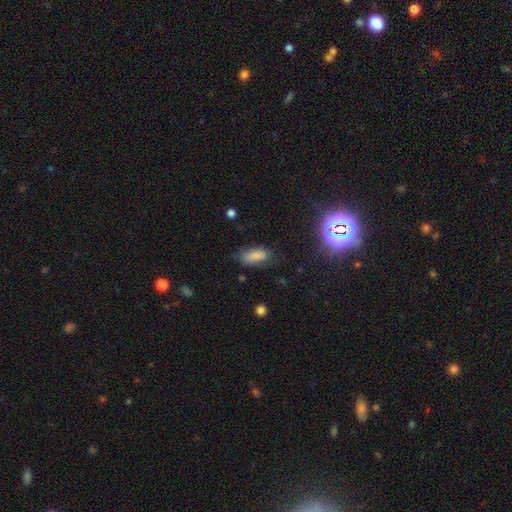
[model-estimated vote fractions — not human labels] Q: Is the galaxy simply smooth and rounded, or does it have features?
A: smooth — 81%.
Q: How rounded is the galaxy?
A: in between — 84%.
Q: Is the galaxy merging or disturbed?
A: none — 64%.